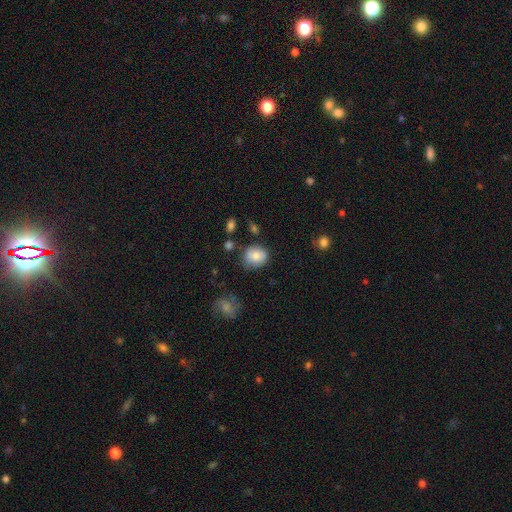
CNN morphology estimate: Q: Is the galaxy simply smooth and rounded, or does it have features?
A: smooth — 80%.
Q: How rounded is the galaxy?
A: round — 71%.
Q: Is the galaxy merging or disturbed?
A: none — 71%.